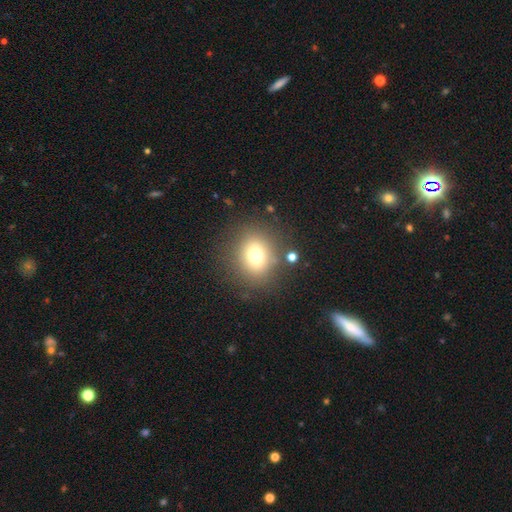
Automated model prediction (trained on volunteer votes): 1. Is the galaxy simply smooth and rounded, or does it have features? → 72% smooth, 16% star or artifact, 13% featured or disk.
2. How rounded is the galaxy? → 75% round, 24% in between, 1% cigar-shaped.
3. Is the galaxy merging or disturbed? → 81% none, 10% minor disturbance, 5% major disturbance, 4% merger.